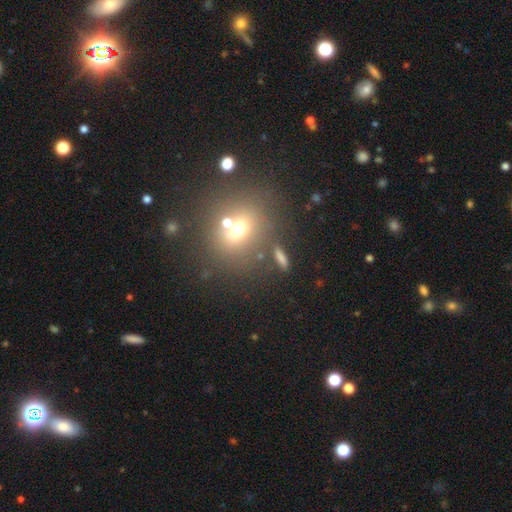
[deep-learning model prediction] This is possibly a smooth galaxy (50%). How rounded: likely round (65%). Merging: likely none (64%).